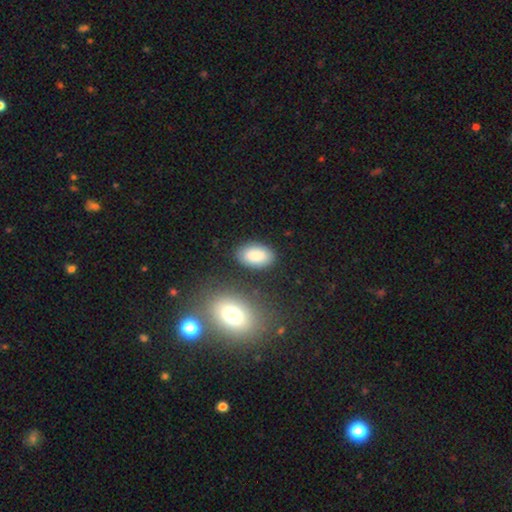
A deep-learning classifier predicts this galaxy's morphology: Smooth or featured? smooth (87%)
How rounded? in between (93%)
Merging? none (82%)